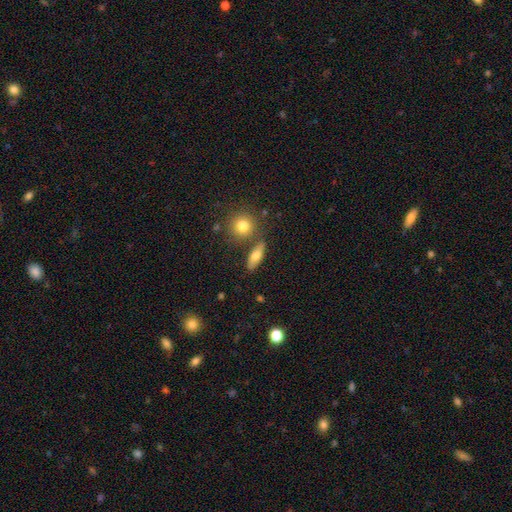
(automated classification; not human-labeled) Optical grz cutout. It shows a smooth galaxy with no disk features (72%) that is in between round and cigar-shaped (63%). Merging: none (72%).